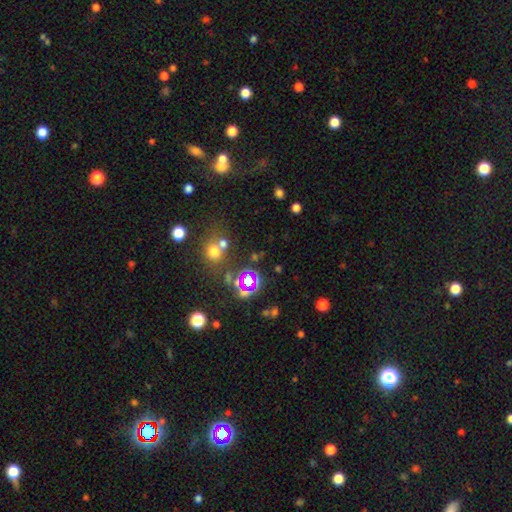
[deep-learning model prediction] This is possibly a star or artifact rather than a galaxy (58%).